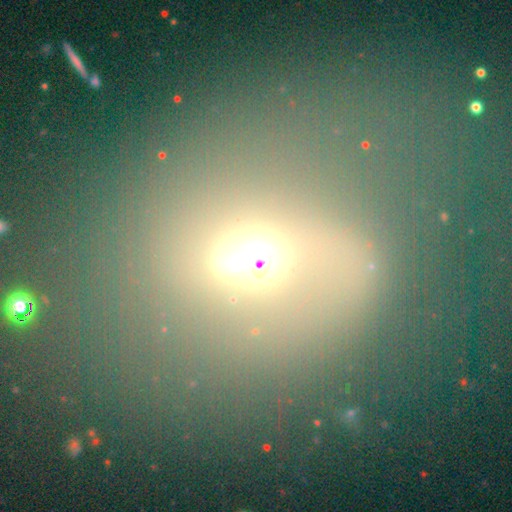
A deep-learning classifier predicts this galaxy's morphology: smooth_or_featured: smooth (p=0.41) [alt: star or artifact p=0.30]
merging: none (p=0.53) [alt: merger p=0.16]